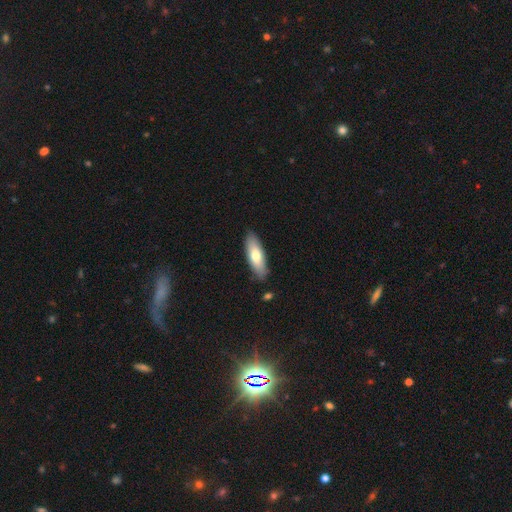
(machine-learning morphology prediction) smooth-or-featured: smooth: 70% | featured or disk: 25% | star or artifact: 5%
  how-rounded: in between: 59% | cigar-shaped: 39% | round: 2%
  merging: none: 86% | minor disturbance: 10% | major disturbance: 2% | merger: 2%